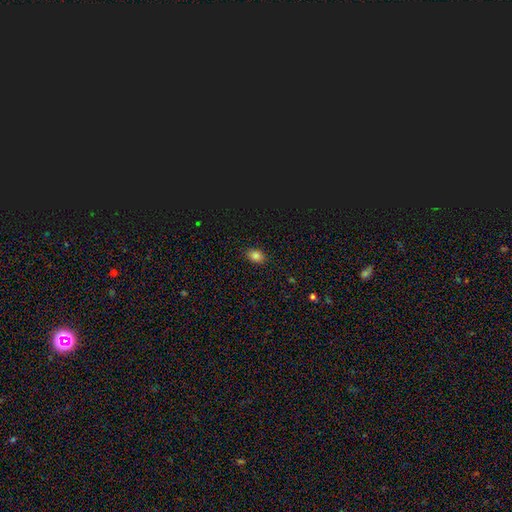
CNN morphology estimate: Smooth or featured?
  - smooth: 80% *
  - star or artifact: 14%
  - featured or disk: 5%
How rounded?
  - in between: 76% *
  - round: 22%
  - cigar-shaped: 1%
Merging?
  - none: 87% *
  - minor disturbance: 10%
  - major disturbance: 2%
  - merger: 1%